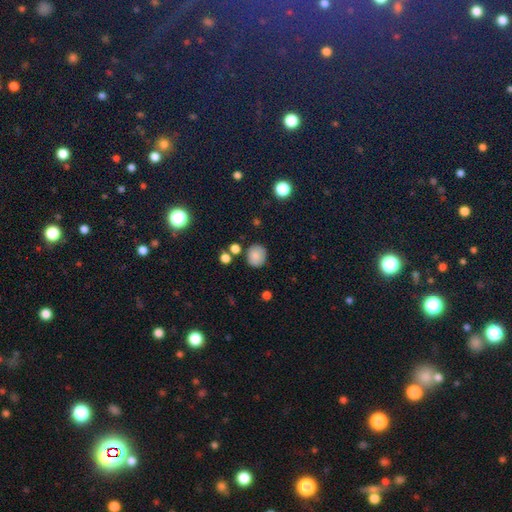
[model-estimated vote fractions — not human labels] Overall: smooth (83%). How rounded: round (79%). Merging: none (79%).